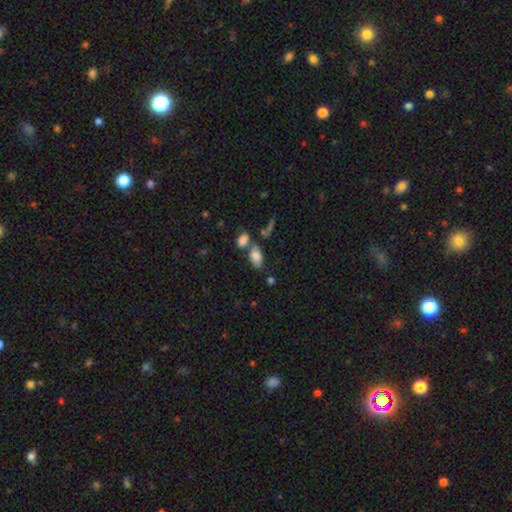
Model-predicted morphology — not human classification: type=smooth (80%); roundness=in between (91%); merging=none (47%).